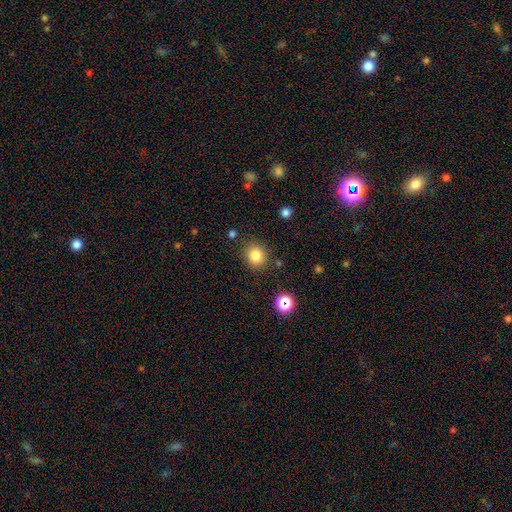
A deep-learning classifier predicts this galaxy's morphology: Q: Smooth or featured?
A: smooth (83%); runner-up: star or artifact (12%)
Q: How rounded?
A: round (78%); runner-up: in between (21%)
Q: Merging?
A: none (84%); runner-up: minor disturbance (10%)